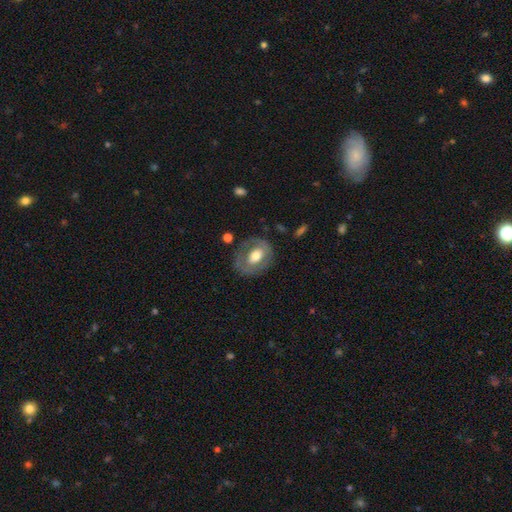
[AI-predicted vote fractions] This is possibly a smooth galaxy (47%, tied with featured or disk). Merging: likely none (70%).